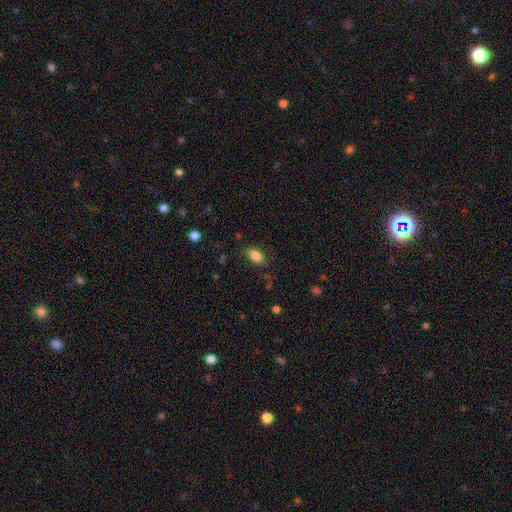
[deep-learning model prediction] A smooth galaxy with no disk features (84%) that is in between round and cigar-shaped (83%). Merging: none (75%).